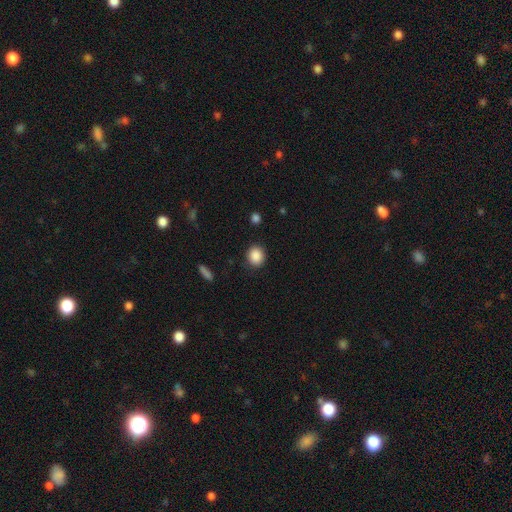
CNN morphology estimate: Smooth or featured? smooth (88%)
How rounded? round (76%)
Merging? none (88%)